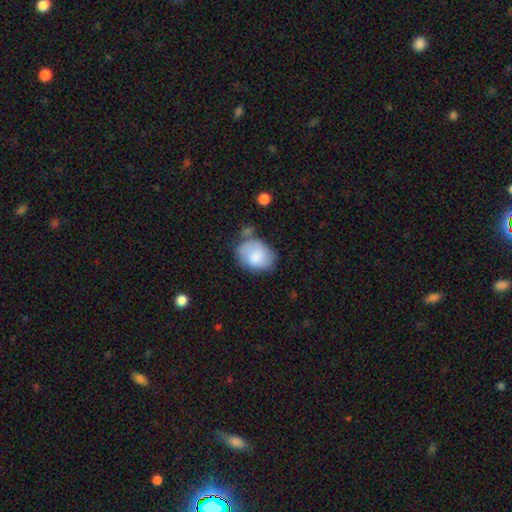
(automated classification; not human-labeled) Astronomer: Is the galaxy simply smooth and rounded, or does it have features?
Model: smooth — 78%.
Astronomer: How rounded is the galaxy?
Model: in between — 68%.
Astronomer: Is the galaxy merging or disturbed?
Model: none — 49% (runner-up: minor disturbance, 30%).